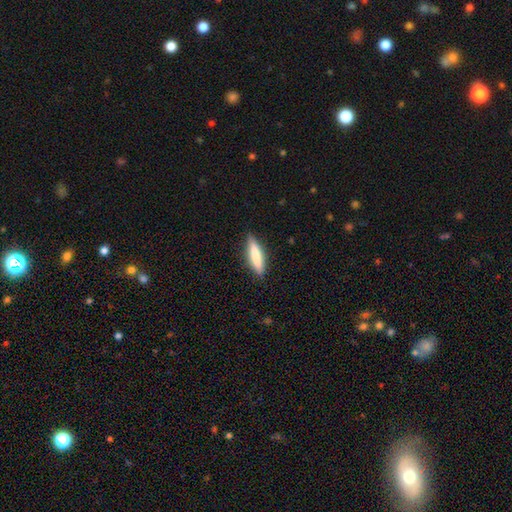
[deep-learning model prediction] Morphology: type=smooth (71%); roundness=cigar-shaped (78%); merging=none (87%).